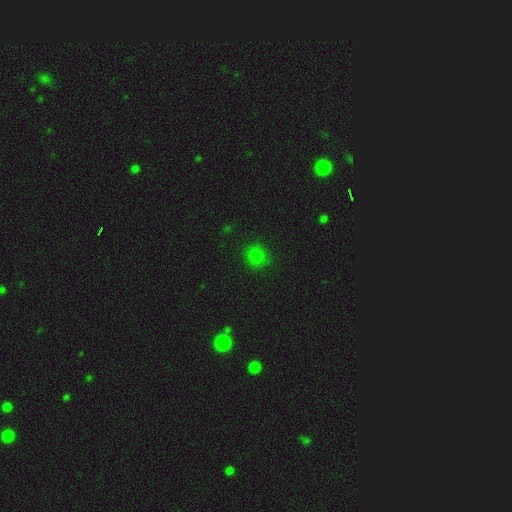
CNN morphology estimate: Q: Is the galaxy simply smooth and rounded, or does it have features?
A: smooth — 79%.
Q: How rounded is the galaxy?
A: round — 87%.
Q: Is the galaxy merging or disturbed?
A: none — 87%.